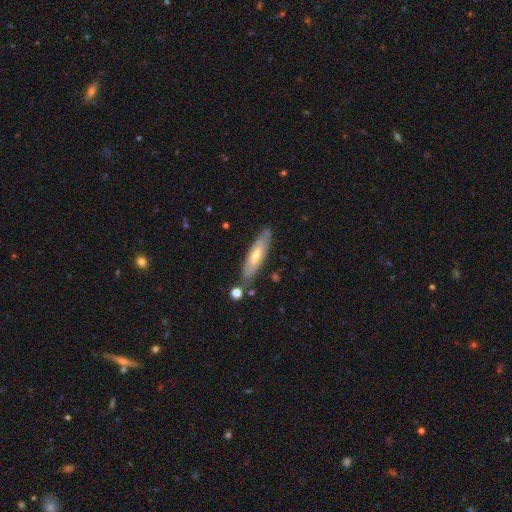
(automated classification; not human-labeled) Smooth or featured? Predicted: featured or disk (p=0.55). Edge-on disk? Predicted: no (p=0.53). Merging? Predicted: none (p=0.78).